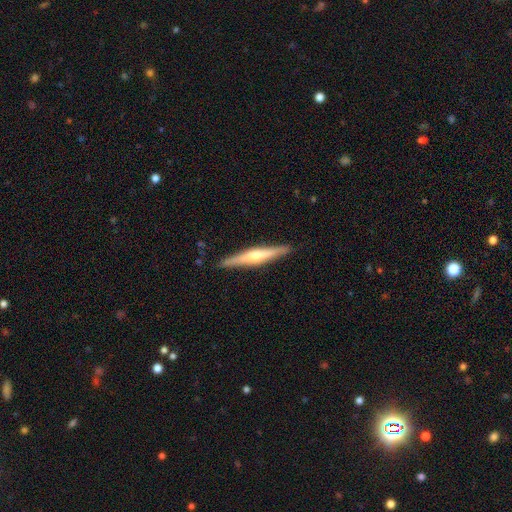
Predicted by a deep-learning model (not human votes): featured or disk 65%, smooth 30%, star or artifact 5%. Down the decision tree: edge-on disk — yes (98%); edge-on bulge — rounded (81%); merging — none (90%).